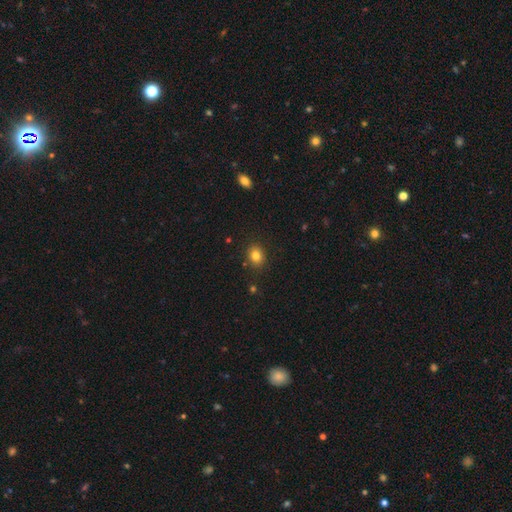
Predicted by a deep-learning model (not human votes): Smooth or featured: smooth — 82% (star or artifact — 12%)
How rounded: round — 54% (in between — 45%)
Merging: none — 87% (minor disturbance — 8%)